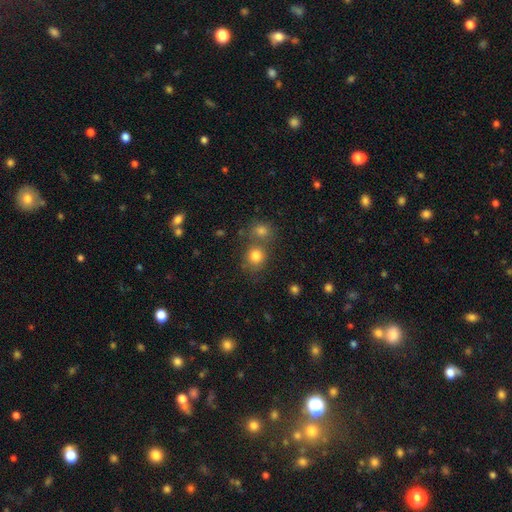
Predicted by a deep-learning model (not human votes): Smooth or featured? Predicted: smooth (p=0.81). How rounded? Predicted: round (p=0.82). Merging? Predicted: none (p=0.55).